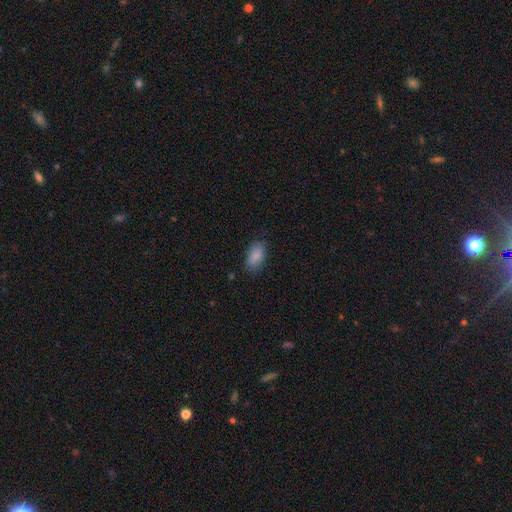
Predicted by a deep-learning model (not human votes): Morphology: type=smooth (87%); roundness=in between (92%); merging=none (80%).